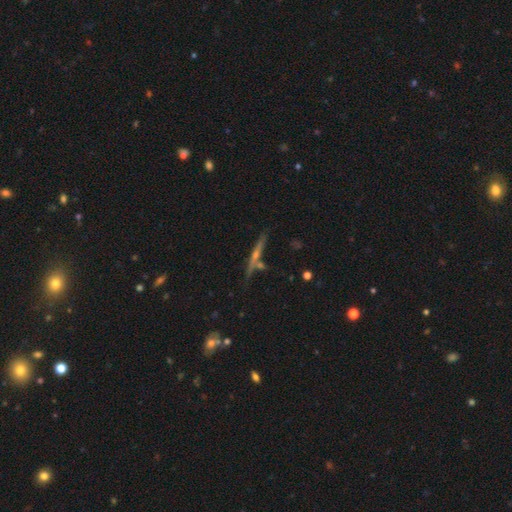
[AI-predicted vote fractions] Overall: featured or disk (65%; smooth 27%). Edge-on disk: yes (96%). Edge-on bulge: rounded (65%; none 30%). Merging: none (74%).